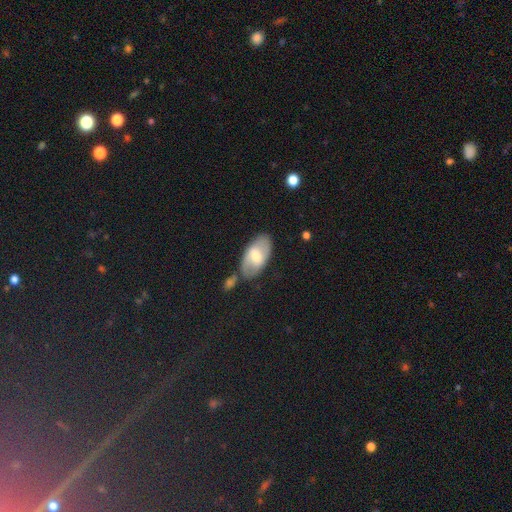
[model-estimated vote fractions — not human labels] A smooth galaxy with no disk features (52%) that is in between round and cigar-shaped (93%). Merging: none (70%).